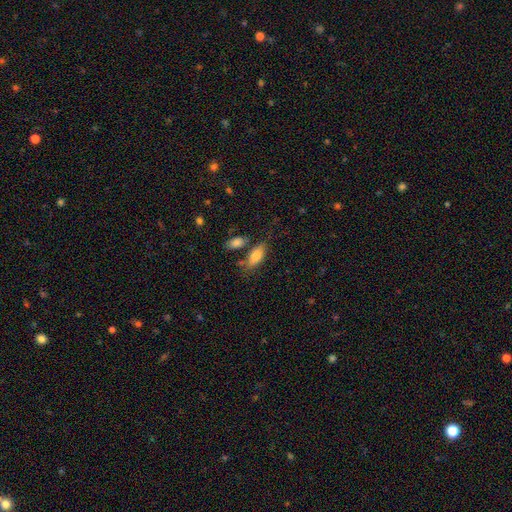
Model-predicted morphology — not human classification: This appears to be a smooth galaxy with no disk features (82%) that is in between round and cigar-shaped (84%). Merging: none (62%).